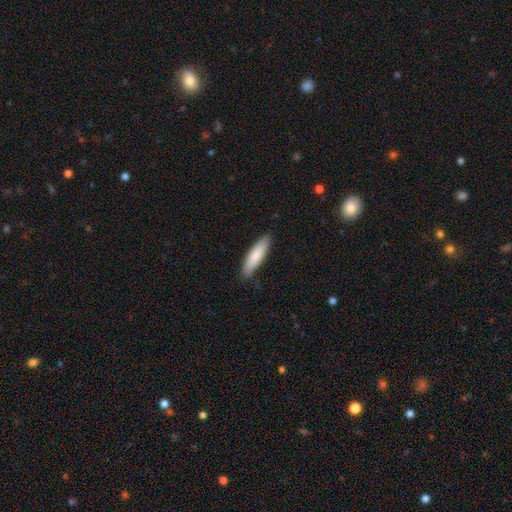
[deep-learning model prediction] The model was most divided on "how rounded": cigar-shaped: 67%, in between: 32%, round: 1%. More confident: merging — none (85%); smooth or featured — smooth (84%).